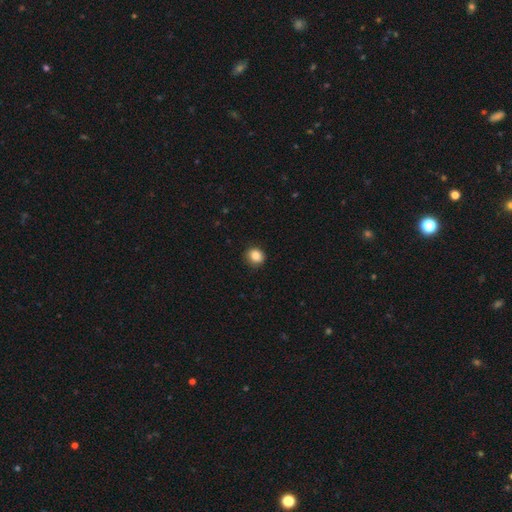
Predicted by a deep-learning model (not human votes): Smooth or featured?
  - smooth: 86% *
  - star or artifact: 10%
  - featured or disk: 5%
How rounded?
  - round: 79% *
  - in between: 20%
  - cigar-shaped: 1%
Merging?
  - none: 86% *
  - minor disturbance: 11%
  - major disturbance: 2%
  - merger: 1%